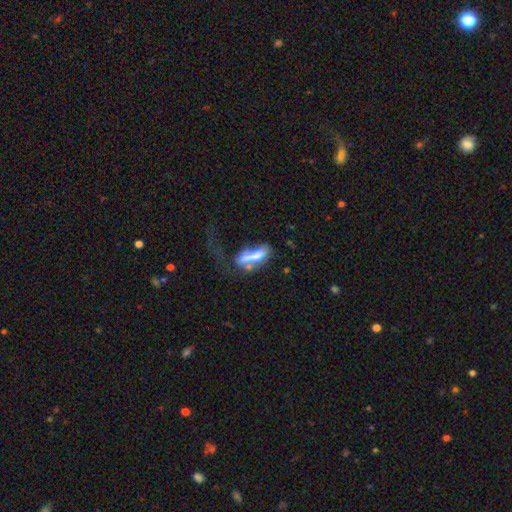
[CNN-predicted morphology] Smooth or featured? smooth (55%)
How rounded? cigar-shaped (49%)
Merging? major disturbance (36%)